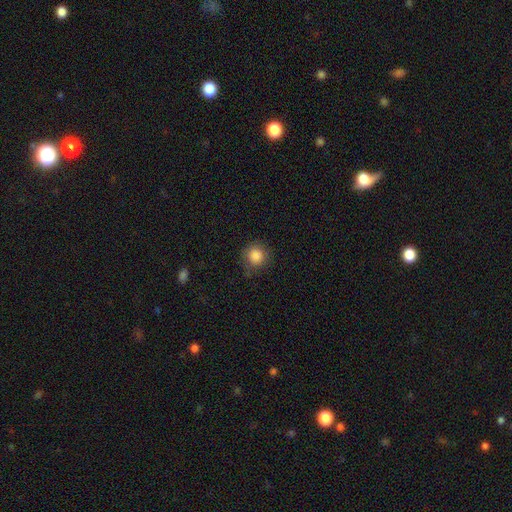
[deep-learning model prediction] A smooth galaxy with no disk features (84%) that is round (91%). Merging: none (78%).